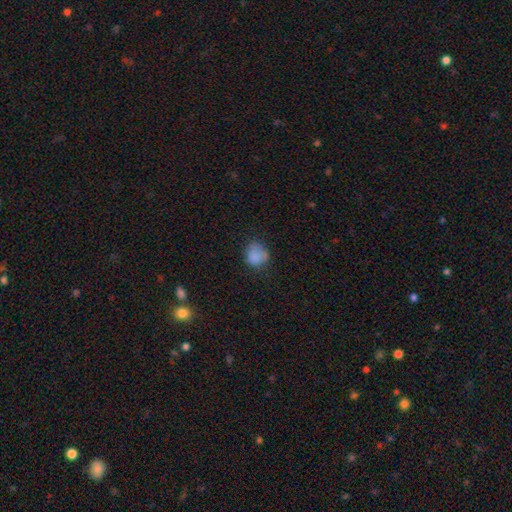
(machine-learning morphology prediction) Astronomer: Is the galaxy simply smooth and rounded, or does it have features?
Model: smooth — 81%.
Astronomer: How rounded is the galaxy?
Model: round — 71%.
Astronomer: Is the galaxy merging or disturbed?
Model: none — 57%.